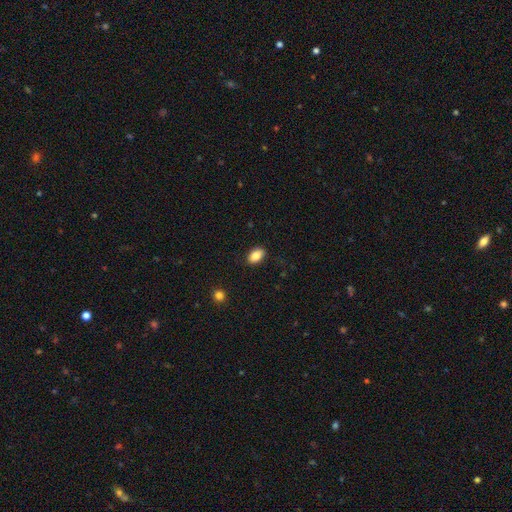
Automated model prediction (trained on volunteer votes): Overall: smooth (86%). How rounded: in between (88%). Merging: none (88%).